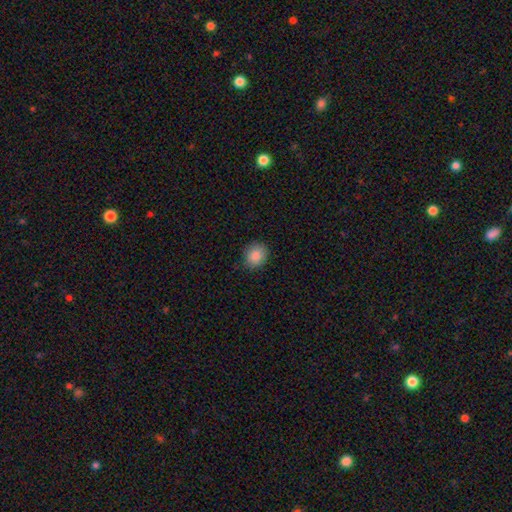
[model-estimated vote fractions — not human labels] Smooth or featured? smooth (88%)
How rounded? round (66%)
Merging? none (86%)